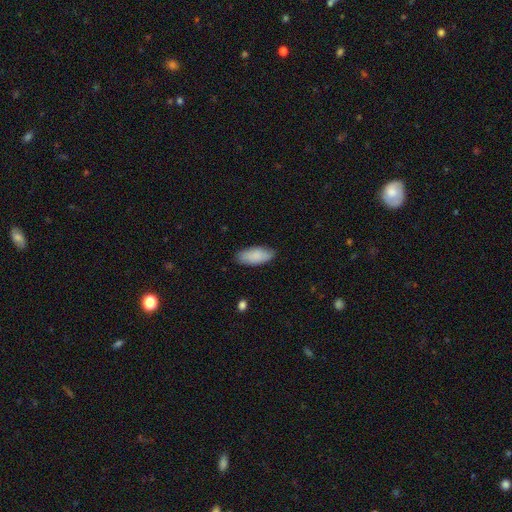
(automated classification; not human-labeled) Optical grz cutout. It shows a smooth galaxy with no disk features (87%) that is in between round and cigar-shaped (87%). Merging: none (83%).